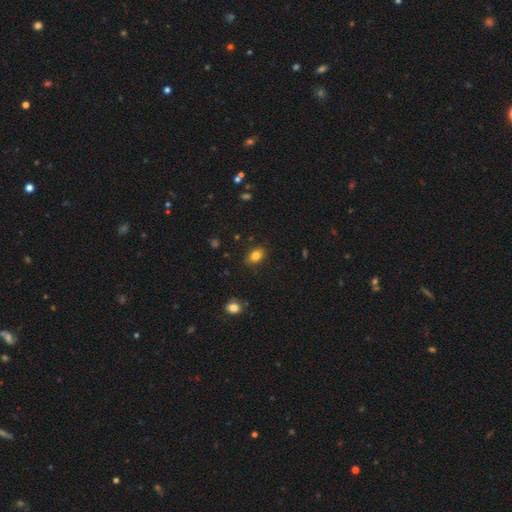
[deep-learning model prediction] A smooth galaxy with no disk features (82%) that is in between round and cigar-shaped (81%).

Vote fractions:
- Smooth or featured? smooth: 82% / star or artifact: 10% / featured or disk: 8%
- How rounded? in between: 81% / round: 17% / cigar-shaped: 2%
- Merging? none: 84% / minor disturbance: 12% / major disturbance: 3% / merger: 1%